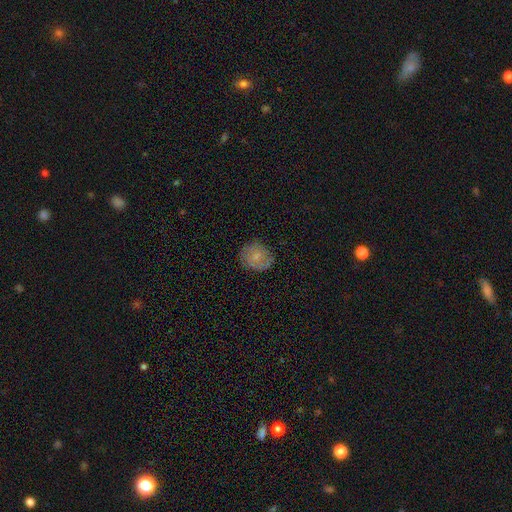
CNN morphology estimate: A smooth galaxy with no disk features (60%) that is round (80%).

Vote fractions:
- Smooth or featured? smooth: 60% / featured or disk: 32% / star or artifact: 9%
- How rounded? round: 80% / in between: 19% / cigar-shaped: 1%
- Merging? none: 76% / minor disturbance: 18% / major disturbance: 5% / merger: 1%